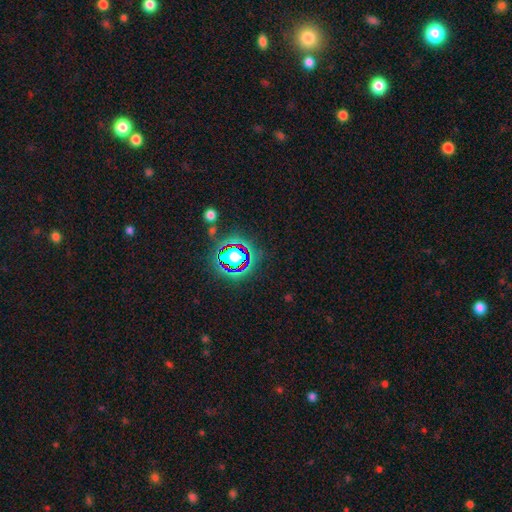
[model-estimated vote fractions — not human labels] Smooth or featured?
  - star or artifact: 78% *
  - smooth: 14%
  - featured or disk: 9%